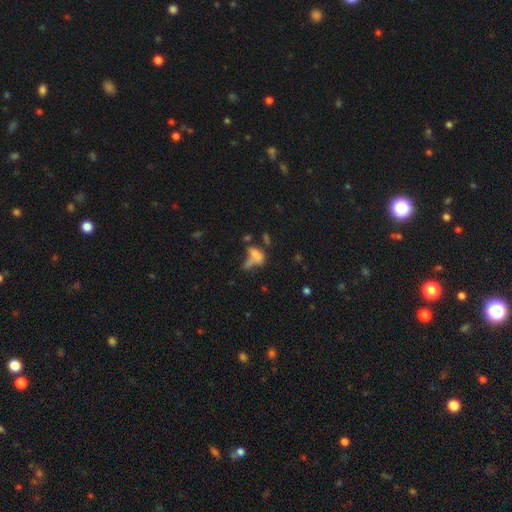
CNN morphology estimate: smooth-or-featured: smooth: 59% | featured or disk: 24% | star or artifact: 17%
  how-rounded: in between: 74% | cigar-shaped: 14% | round: 12%
  merging: merger: 36% | major disturbance: 26% | none: 23% | minor disturbance: 15%